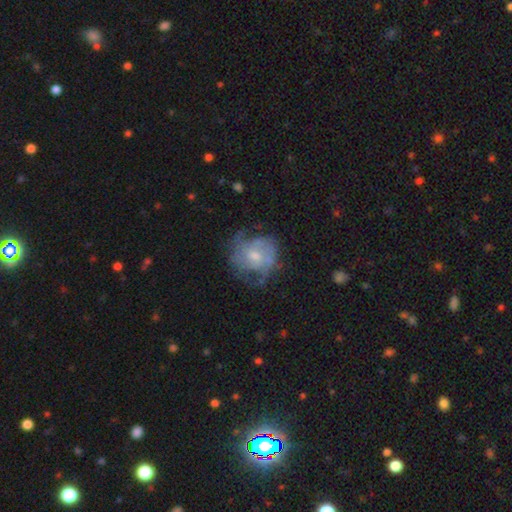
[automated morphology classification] This appears to be a featured or disk galaxy (63%) with no bar (71%), spiral arms (72%) and a moderate central bulge (47%). Merging: none (53%).